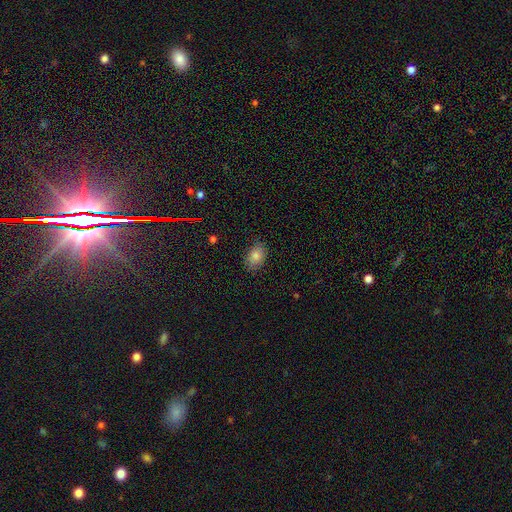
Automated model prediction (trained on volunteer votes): Smooth or featured? Predicted: smooth (p=0.78). How rounded? Predicted: in between (p=0.80). Merging? Predicted: none (p=0.82).